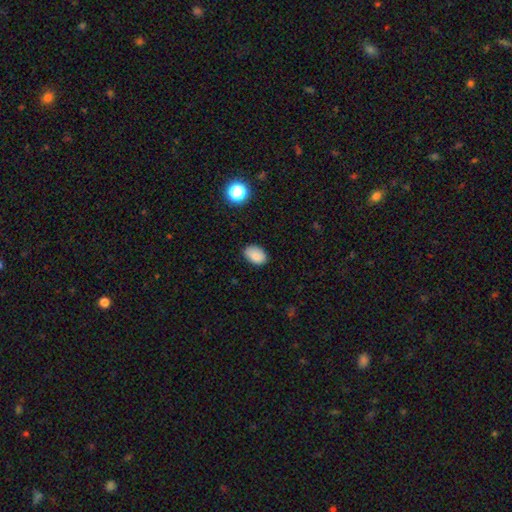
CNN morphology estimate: Q: Smooth or featured?
A: smooth (84%); runner-up: star or artifact (9%)
Q: How rounded?
A: in between (85%); runner-up: round (14%)
Q: Merging?
A: none (81%); runner-up: minor disturbance (15%)